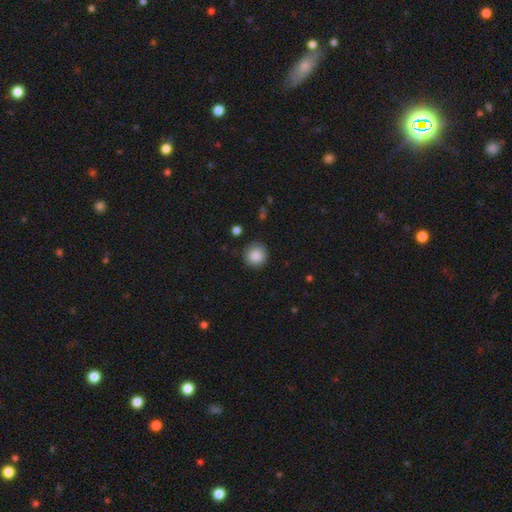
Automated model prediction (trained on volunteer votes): Smooth or featured: smooth — 87% (star or artifact — 8%)
How rounded: round — 95% (in between — 4%)
Merging: none — 90% (minor disturbance — 7%)